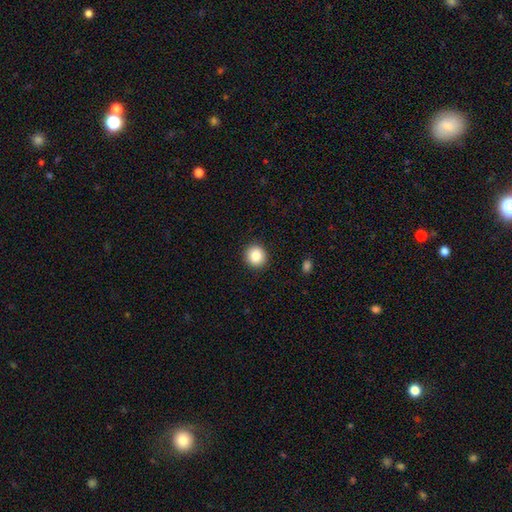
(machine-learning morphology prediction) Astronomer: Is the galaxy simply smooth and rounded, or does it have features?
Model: smooth — 85%.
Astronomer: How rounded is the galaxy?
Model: round — 90%.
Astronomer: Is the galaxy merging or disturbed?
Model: none — 92%.